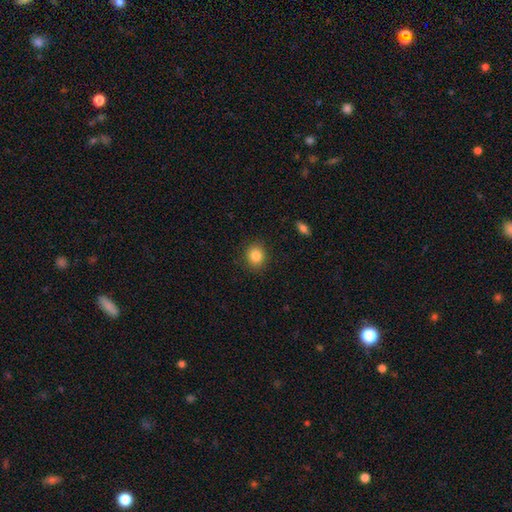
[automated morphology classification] This appears to be a smooth galaxy with no disk features (84%) that is round (75%). Merging: none (89%).